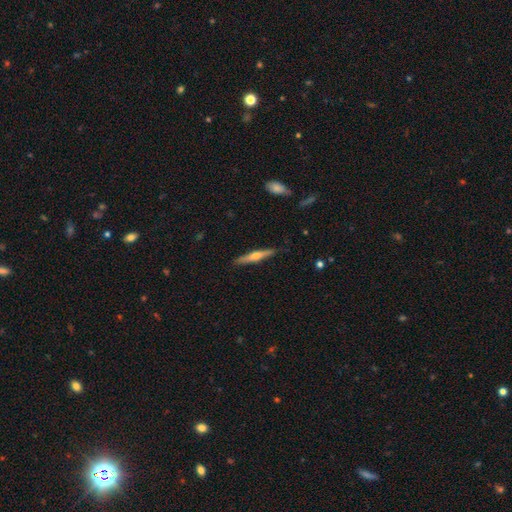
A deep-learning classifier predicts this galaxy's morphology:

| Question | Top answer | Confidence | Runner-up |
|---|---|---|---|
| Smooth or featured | featured or disk | 59% | smooth (35%) |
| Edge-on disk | yes | 97% | no (3%) |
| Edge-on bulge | rounded | 86% | none (9%) |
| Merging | none | 89% | minor disturbance (8%) |